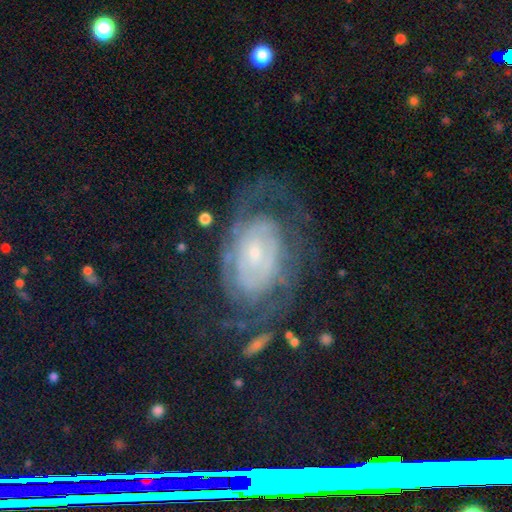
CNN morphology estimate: The model was most divided on "spiral arm count": can't tell: 50%, 2: 24%, 3: 9%, 1: 7%, 4: 6%, more than 4: 5%. More confident: edge-on disk — no (96%); spiral arms — yes (84%); smooth or featured — featured or disk (80%); bulge size — small (78%); bar — no (74%); spiral winding — tight (68%); merging — none (57%).